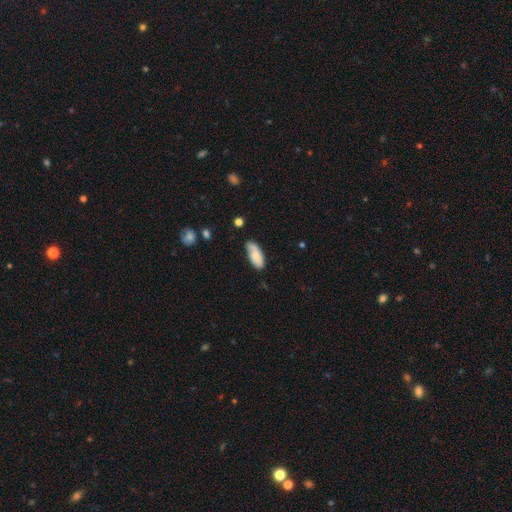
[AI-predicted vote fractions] A smooth galaxy with no disk features (69%) that is in between round and cigar-shaped (85%).

Vote fractions:
- Smooth or featured? smooth: 69% / featured or disk: 24% / star or artifact: 6%
- How rounded? in between: 85% / cigar-shaped: 13% / round: 2%
- Merging? none: 64% / minor disturbance: 28% / major disturbance: 6% / merger: 3%